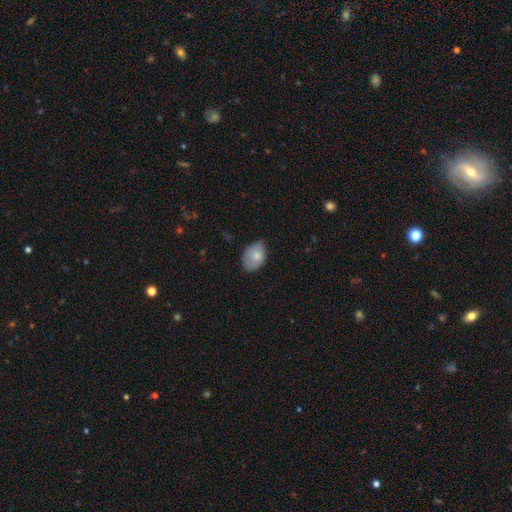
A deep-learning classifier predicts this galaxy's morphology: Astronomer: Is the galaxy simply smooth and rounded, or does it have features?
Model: smooth — 77%.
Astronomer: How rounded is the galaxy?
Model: in between — 82%.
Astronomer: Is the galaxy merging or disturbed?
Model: none — 64%.